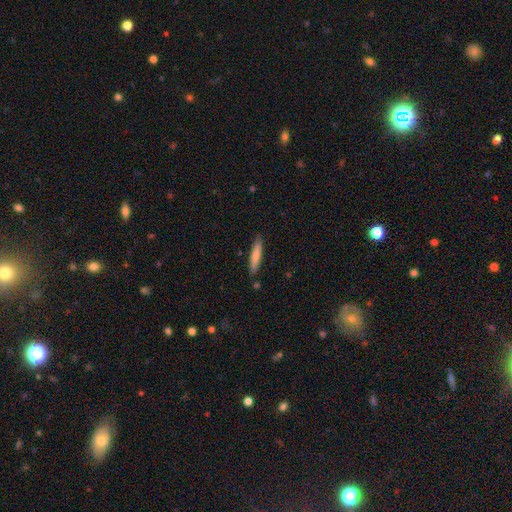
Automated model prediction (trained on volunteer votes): smooth 77%, featured or disk 17%, star or artifact 5%. Down the decision tree: how rounded — cigar-shaped (89%); merging — none (85%).